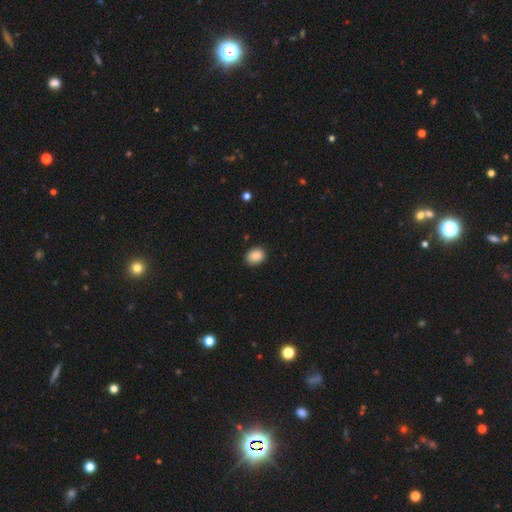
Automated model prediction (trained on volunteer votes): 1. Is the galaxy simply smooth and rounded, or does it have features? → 89% smooth, 8% star or artifact, 3% featured or disk.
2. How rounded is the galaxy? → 64% in between, 35% round, 1% cigar-shaped.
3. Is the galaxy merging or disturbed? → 85% none, 12% minor disturbance, 2% major disturbance, 1% merger.